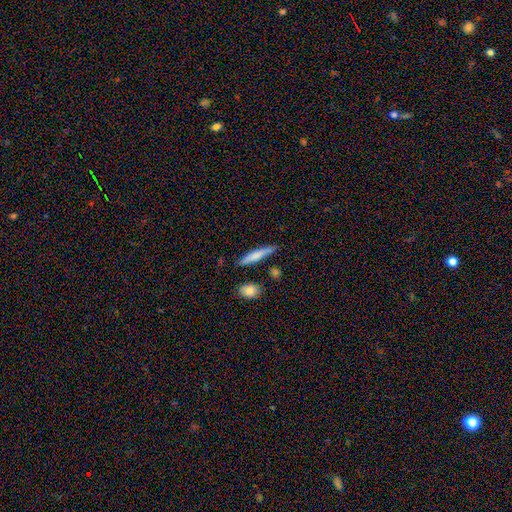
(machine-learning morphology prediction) smooth 71%, featured or disk 24%, star or artifact 6%. Down the decision tree: how rounded — cigar-shaped (89%); merging — none (81%).